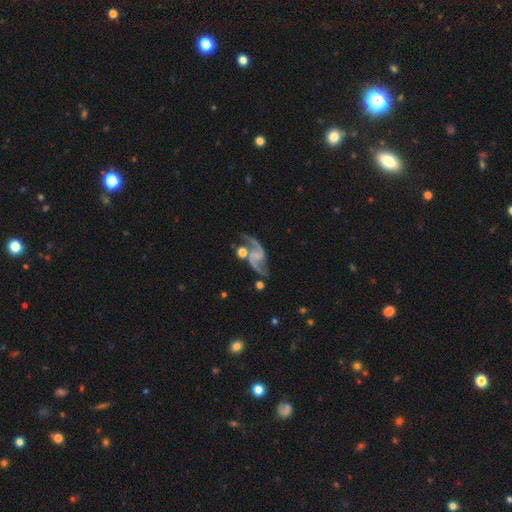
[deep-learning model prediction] smooth_or_featured: featured or disk (p=0.90) [alt: star or artifact p=0.05]
disk_edge_on: no (p=0.98) [alt: yes p=0.02]
bar: no (p=0.48) [alt: weak p=0.38]
has_spiral_arms: yes (p=0.97) [alt: no p=0.03]
spiral_winding: loose (p=0.70) [alt: medium p=0.26]
spiral_arm_count: 2 (p=0.94) [alt: can't tell p=0.02]
bulge_size: none (p=0.52) [alt: small p=0.34]
merging: none (p=0.63) [alt: minor disturbance p=0.17]